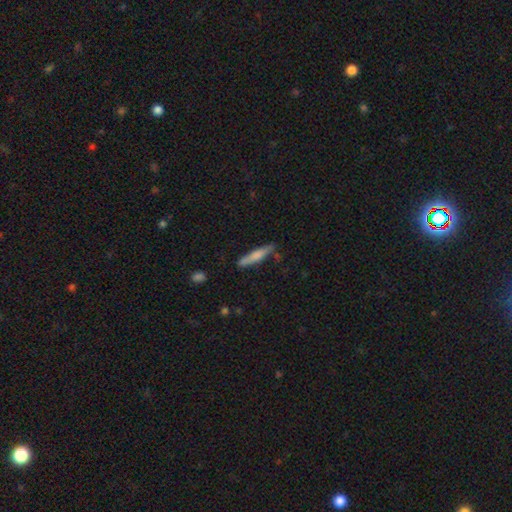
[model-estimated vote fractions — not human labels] This appears to be a smooth galaxy with no disk features (63%) that is cigar-shaped (90%). Merging: none (78%).